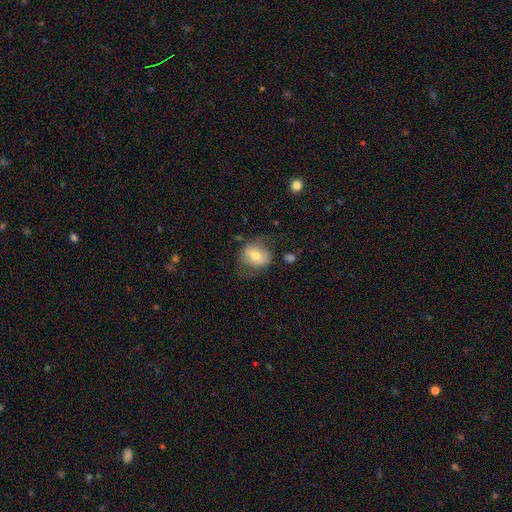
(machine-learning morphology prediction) This appears to be a smooth galaxy with no disk features (57%) that is round (52%). Merging: none (59%).